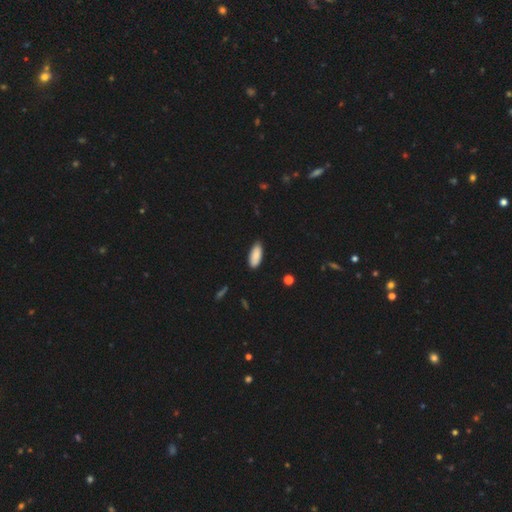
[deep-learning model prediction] smooth-or-featured: smooth: 89% | star or artifact: 6% | featured or disk: 5%
  how-rounded: in between: 82% | cigar-shaped: 16% | round: 2%
  merging: none: 85% | minor disturbance: 12% | major disturbance: 2% | merger: 1%